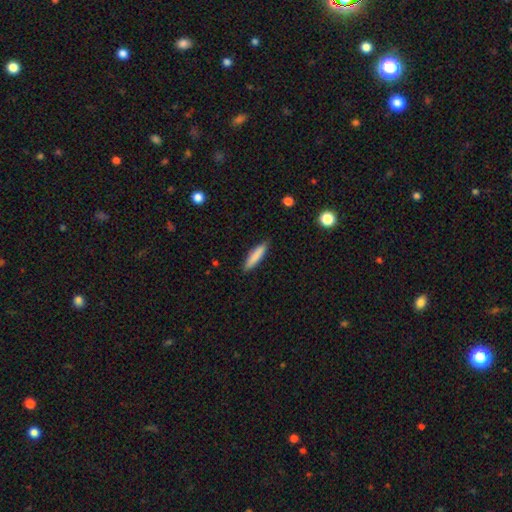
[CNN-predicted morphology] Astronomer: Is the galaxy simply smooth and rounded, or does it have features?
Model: smooth — 84%.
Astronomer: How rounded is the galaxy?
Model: cigar-shaped — 83%.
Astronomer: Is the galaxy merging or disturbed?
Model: none — 89%.